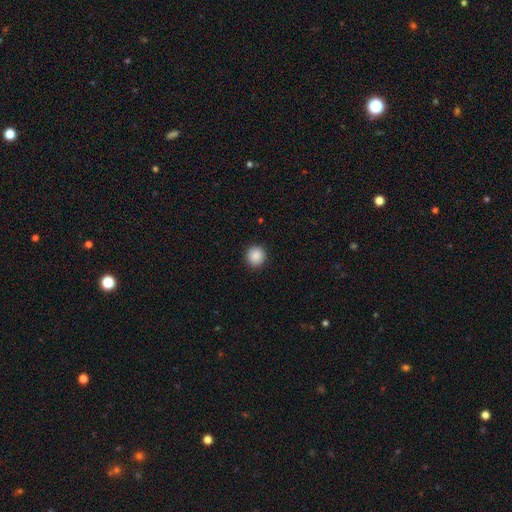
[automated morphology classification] Smooth or featured? Predicted: smooth (p=0.89). How rounded? Predicted: round (p=0.92). Merging? Predicted: none (p=0.92).